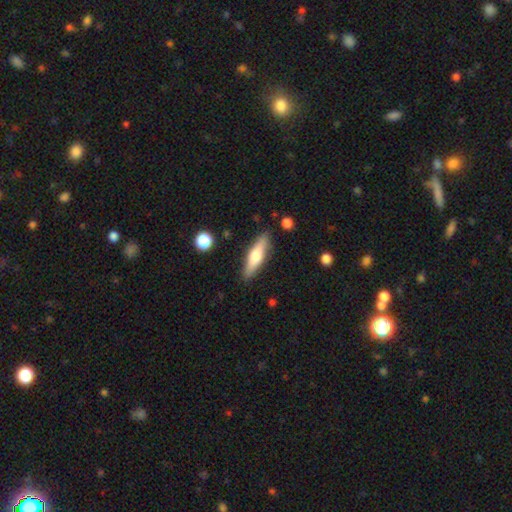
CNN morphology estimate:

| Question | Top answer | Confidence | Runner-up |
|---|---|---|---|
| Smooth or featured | smooth | 56% | featured or disk (38%) |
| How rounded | cigar-shaped | 68% | in between (30%) |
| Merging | none | 86% | minor disturbance (10%) |